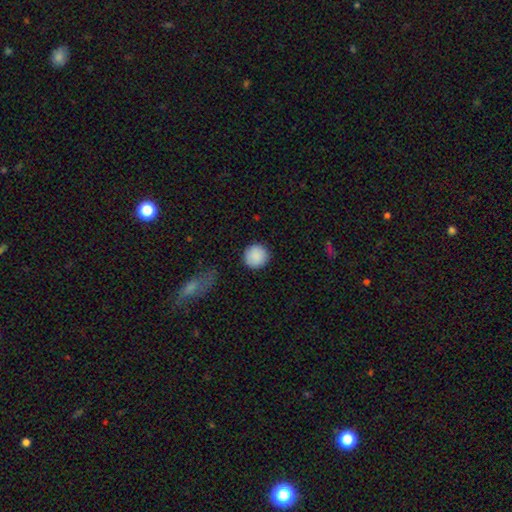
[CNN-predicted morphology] Smooth or featured: smooth — 90% (star or artifact — 7%)
How rounded: round — 95% (in between — 4%)
Merging: none — 88% (minor disturbance — 8%)